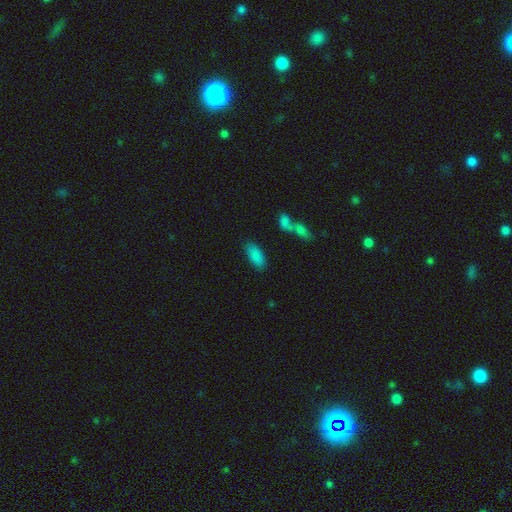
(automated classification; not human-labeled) smooth 86%, star or artifact 8%, featured or disk 6%. Down the decision tree: how rounded — in between (85%); merging — none (76%).